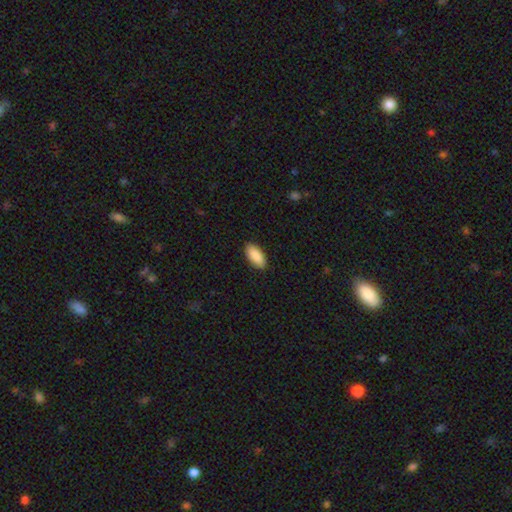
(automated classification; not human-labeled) Smooth or featured? Predicted: smooth (p=0.90). How rounded? Predicted: in between (p=0.88). Merging? Predicted: none (p=0.90).